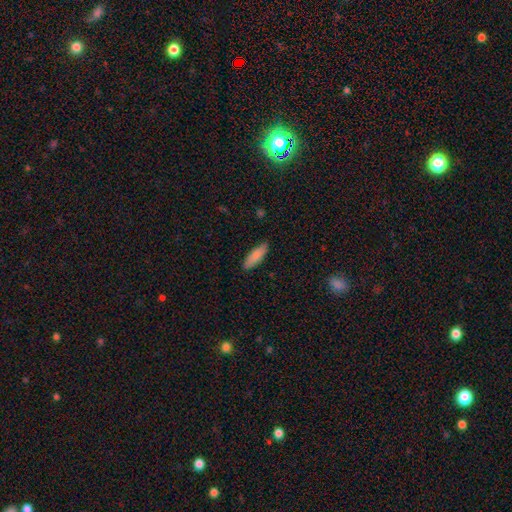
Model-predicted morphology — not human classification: Overall: smooth (85%). How rounded: cigar-shaped (50%; in between 49%). Merging: none (87%).